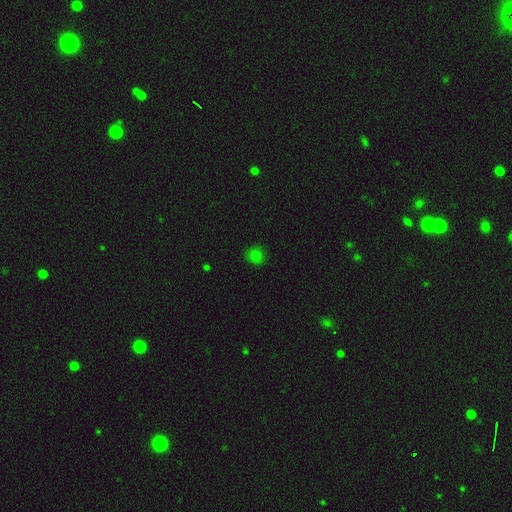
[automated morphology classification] Smooth or featured: smooth — 78% (star or artifact — 18%)
How rounded: round — 83% (in between — 16%)
Merging: none — 86% (minor disturbance — 10%)